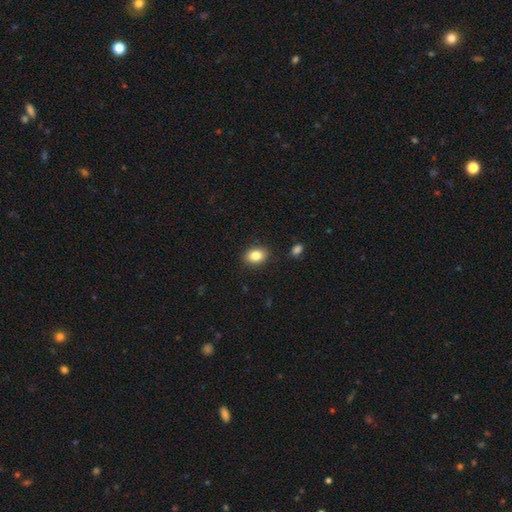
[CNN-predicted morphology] Smooth or featured? smooth (85%)
How rounded? in between (74%)
Merging? none (87%)